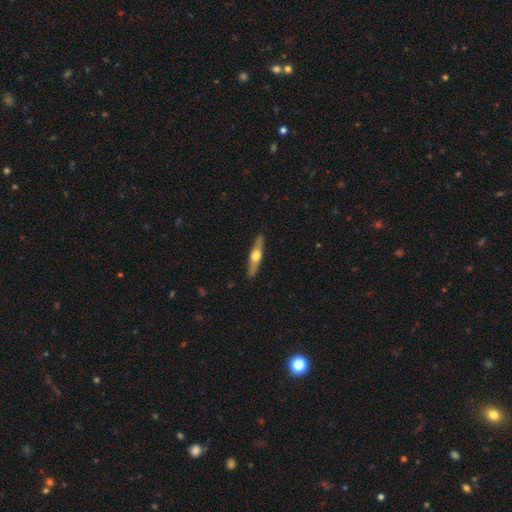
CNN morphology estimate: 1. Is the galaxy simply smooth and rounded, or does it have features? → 62% featured or disk, 33% smooth, 5% star or artifact.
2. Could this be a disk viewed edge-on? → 95% yes, 5% no.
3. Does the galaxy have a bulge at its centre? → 95% rounded, 3% boxy, 2% none.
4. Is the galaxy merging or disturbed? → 91% none, 7% minor disturbance, 1% major disturbance, 1% merger.